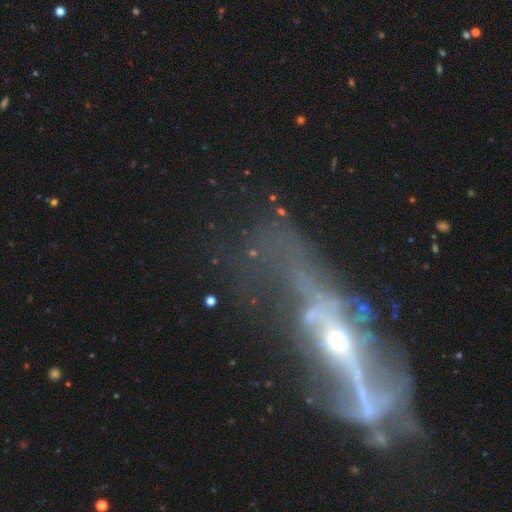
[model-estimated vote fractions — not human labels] Smooth or featured? Predicted: featured or disk (p=0.61). Edge-on disk? Predicted: no (p=0.61). Merging? Predicted: major disturbance (p=0.45).